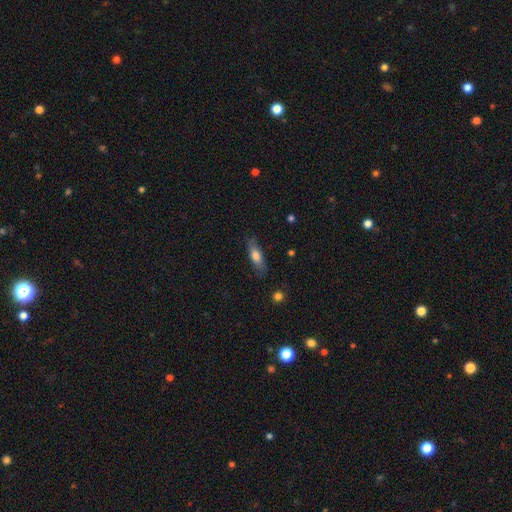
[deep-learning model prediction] This is likely a smooth galaxy (70%). How rounded: possibly in between (53%). Merging: likely none (80%).